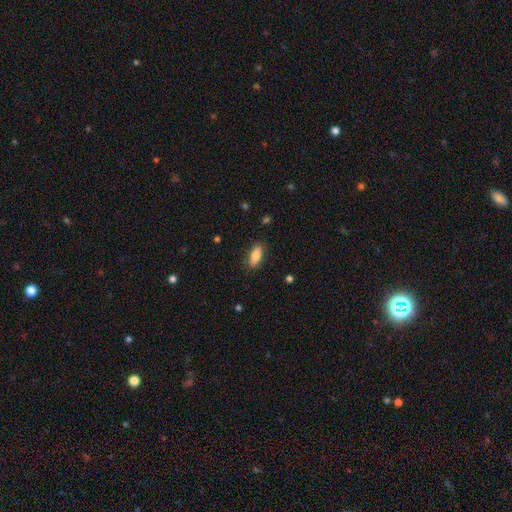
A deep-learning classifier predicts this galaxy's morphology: Q: Smooth or featured?
A: smooth (77%); runner-up: featured or disk (16%)
Q: How rounded?
A: in between (74%); runner-up: cigar-shaped (24%)
Q: Merging?
A: none (84%); runner-up: minor disturbance (12%)